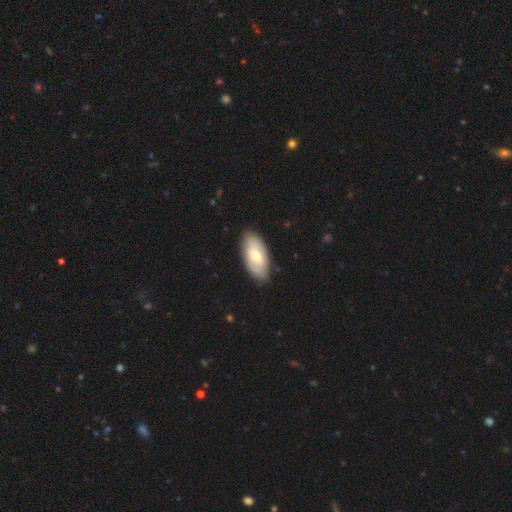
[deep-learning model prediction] Smooth or featured?
  - smooth: 61% *
  - featured or disk: 33%
  - star or artifact: 6%
How rounded?
  - in between: 93% *
  - cigar-shaped: 5%
  - round: 3%
Merging?
  - none: 82% *
  - minor disturbance: 14%
  - major disturbance: 3%
  - merger: 1%